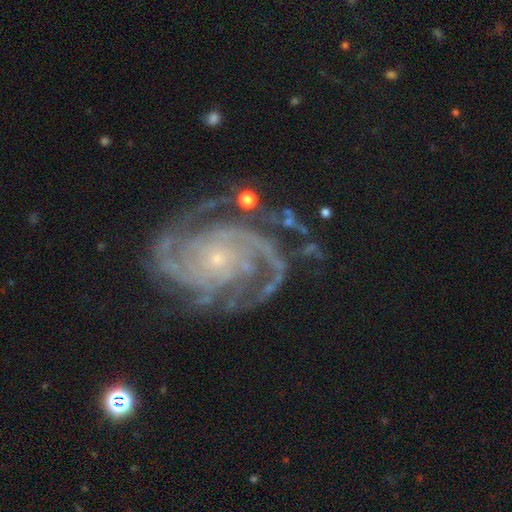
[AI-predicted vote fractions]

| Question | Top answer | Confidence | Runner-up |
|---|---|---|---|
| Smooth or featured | featured or disk | 92% | star or artifact (6%) |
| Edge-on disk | no | 98% | yes (2%) |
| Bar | no | 74% | weak (17%) |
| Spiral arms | yes | 99% | no (1%) |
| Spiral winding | tight | 61% | medium (34%) |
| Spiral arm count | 2 | 44% | 3 (23%) |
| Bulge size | small | 83% | moderate (12%) |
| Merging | none | 73% | minor disturbance (17%) |